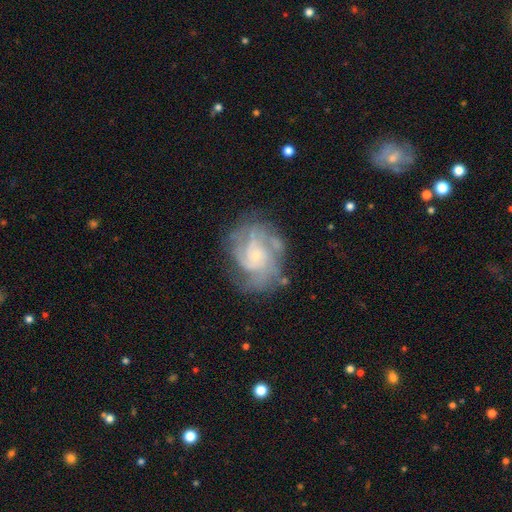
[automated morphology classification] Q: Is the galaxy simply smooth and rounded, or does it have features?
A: featured or disk — 82%.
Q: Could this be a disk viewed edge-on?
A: no — 98%.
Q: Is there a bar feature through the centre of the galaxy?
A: no — 70%.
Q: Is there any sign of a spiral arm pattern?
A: yes — 93%.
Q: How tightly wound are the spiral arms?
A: tight — 48%.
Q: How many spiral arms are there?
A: can't tell — 29%.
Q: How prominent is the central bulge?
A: small — 74%.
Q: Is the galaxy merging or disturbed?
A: none — 65%.